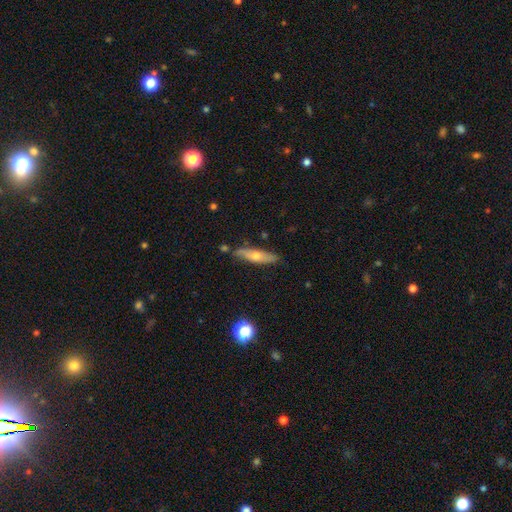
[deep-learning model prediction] smooth 47%, featured or disk 45%, star or artifact 7%. Down the decision tree: merging — none (81%).